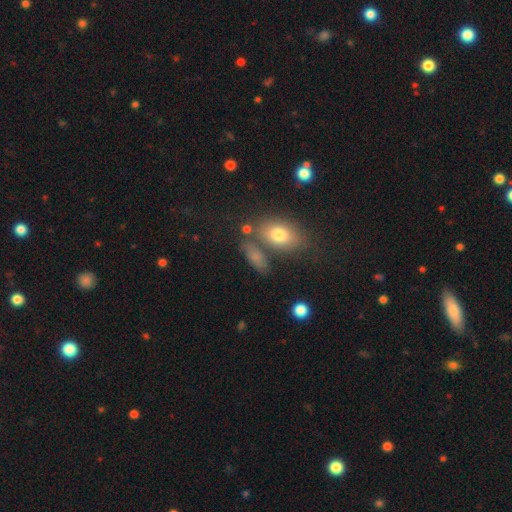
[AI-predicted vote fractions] A smooth galaxy with no disk features (72%) that is in between round and cigar-shaped (67%).

Vote fractions:
- Smooth or featured? smooth: 72% / featured or disk: 16% / star or artifact: 12%
- How rounded? in between: 67% / cigar-shaped: 21% / round: 12%
- Merging? none: 66% / minor disturbance: 14% / merger: 14% / major disturbance: 6%